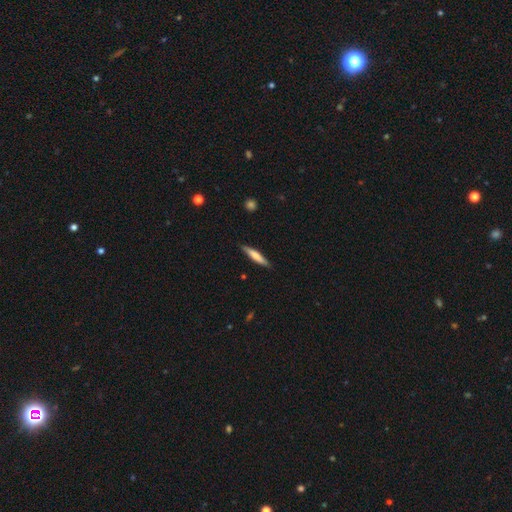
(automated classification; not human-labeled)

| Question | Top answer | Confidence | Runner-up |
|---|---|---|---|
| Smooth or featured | smooth | 65% | featured or disk (30%) |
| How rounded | cigar-shaped | 89% | in between (10%) |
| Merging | none | 88% | minor disturbance (10%) |